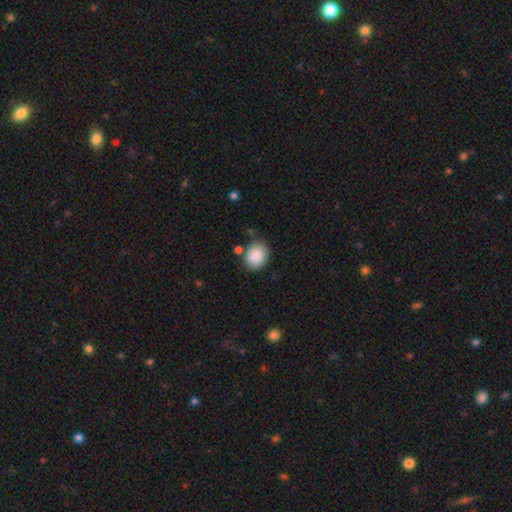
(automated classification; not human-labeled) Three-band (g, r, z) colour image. It shows a smooth galaxy with no disk features (89%) that is in between round and cigar-shaped (50%, tied with round). Merging: none (74%).